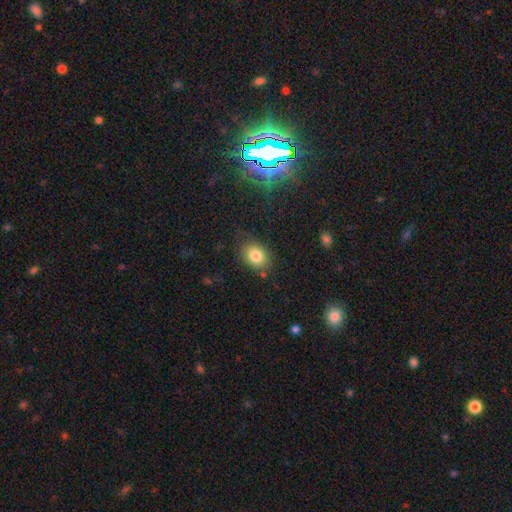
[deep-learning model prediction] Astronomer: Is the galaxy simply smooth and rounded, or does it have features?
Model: smooth — 82%.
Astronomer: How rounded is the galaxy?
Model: in between — 62%.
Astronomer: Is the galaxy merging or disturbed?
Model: none — 75%.